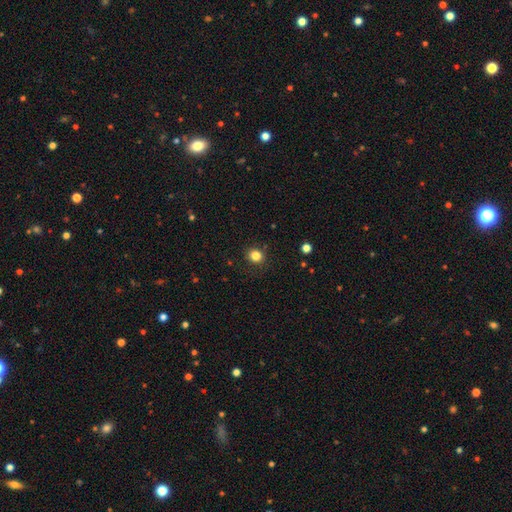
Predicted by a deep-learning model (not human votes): Smooth or featured? smooth (83%)
How rounded? round (83%)
Merging? none (87%)